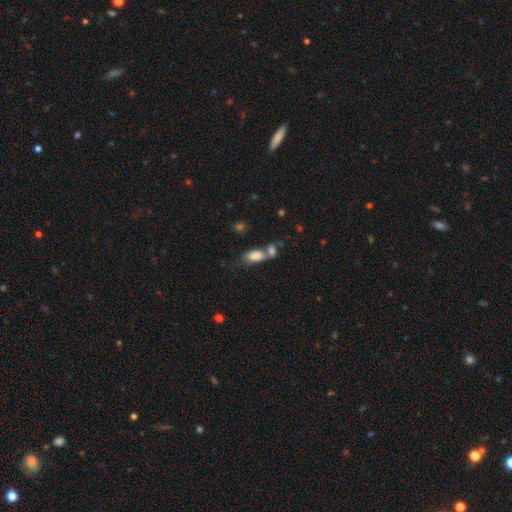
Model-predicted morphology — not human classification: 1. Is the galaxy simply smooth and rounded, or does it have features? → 80% smooth, 11% featured or disk, 9% star or artifact.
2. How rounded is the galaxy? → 86% in between, 7% round, 7% cigar-shaped.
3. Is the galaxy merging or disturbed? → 56% merger, 24% none, 12% minor disturbance, 8% major disturbance.